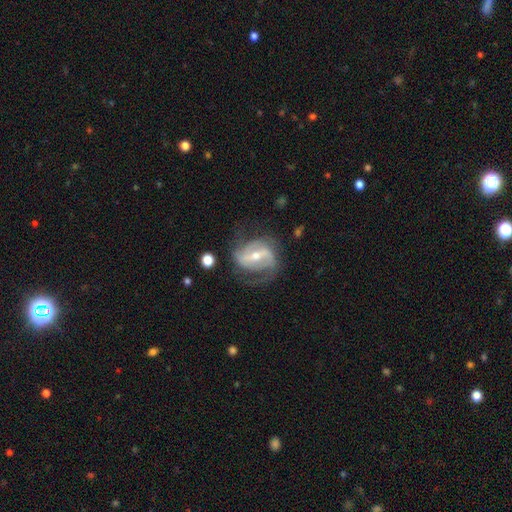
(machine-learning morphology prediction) Overall: featured or disk (87%). Edge-on disk: no (96%). Bar: strong (55%; weak 34%). Spiral arms: yes (94%). Spiral arm count: 2 (71%). Spiral winding: medium (46%; loose 31%). Bulge size: moderate (51%; small 45%). Merging: none (60%; minor disturbance 21%).